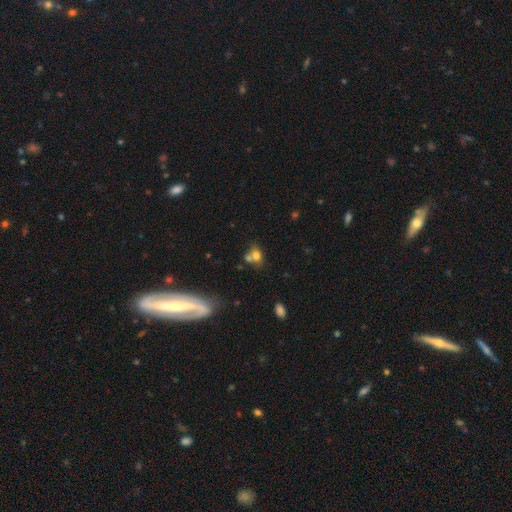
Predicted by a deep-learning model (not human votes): Morphology: type=smooth (71%); roundness=round (52%); merging=none (43%).